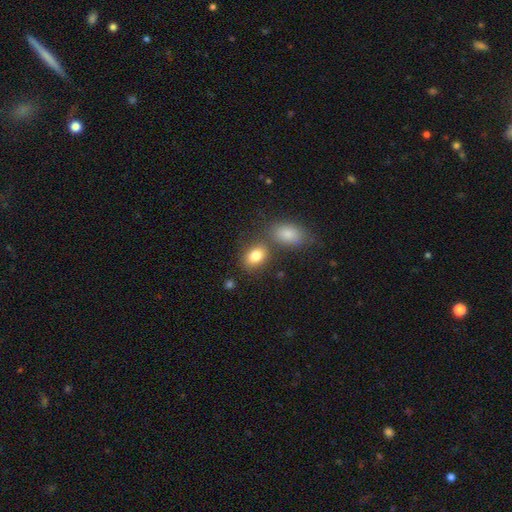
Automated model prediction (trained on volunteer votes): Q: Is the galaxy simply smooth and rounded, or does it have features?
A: smooth — 82%.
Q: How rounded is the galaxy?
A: in between — 75%.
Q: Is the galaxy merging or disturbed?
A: none — 61%.